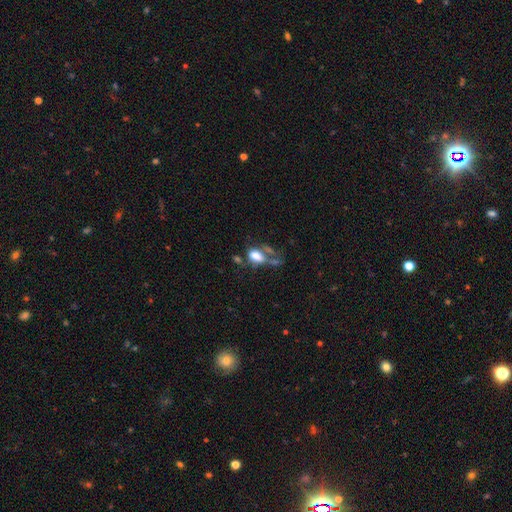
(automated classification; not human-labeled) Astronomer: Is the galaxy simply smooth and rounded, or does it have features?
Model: smooth — 63%.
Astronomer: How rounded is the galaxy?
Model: in between — 86%.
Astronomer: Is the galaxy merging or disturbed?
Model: major disturbance — 33% (runner-up: merger, 32%).